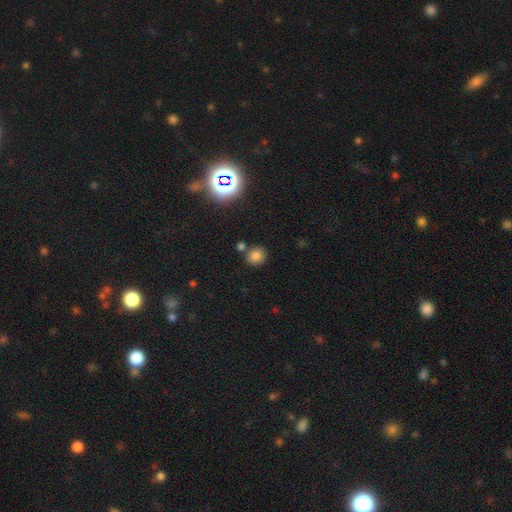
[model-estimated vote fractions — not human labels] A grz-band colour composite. It shows a smooth galaxy with no disk features (77%) that is round (78%). Merging: none (76%).